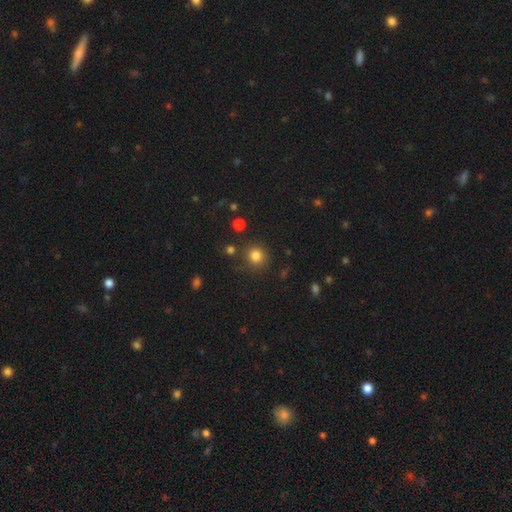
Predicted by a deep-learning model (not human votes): smooth-or-featured: smooth: 82% | star or artifact: 13% | featured or disk: 5%
  how-rounded: round: 91% | in between: 8% | cigar-shaped: 1%
  merging: none: 83% | minor disturbance: 9% | merger: 5% | major disturbance: 3%